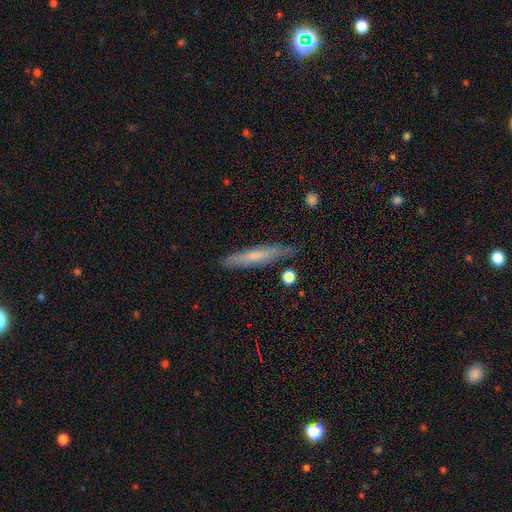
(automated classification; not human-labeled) Smooth or featured? Predicted: smooth (p=0.54). How rounded? Predicted: cigar-shaped (p=0.92). Merging? Predicted: none (p=0.83).